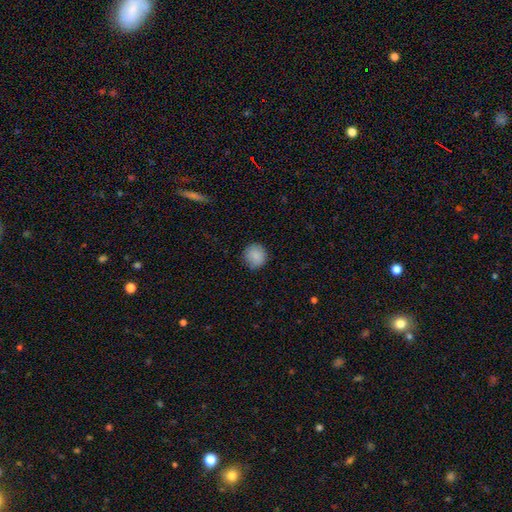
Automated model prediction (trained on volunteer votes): A smooth galaxy with no disk features (88%) that is round (91%). Merging: none (86%).